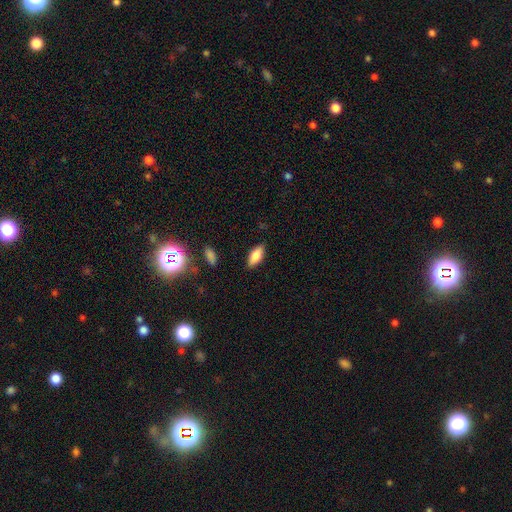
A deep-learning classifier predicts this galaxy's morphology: Smooth or featured? Predicted: smooth (p=0.81). How rounded? Predicted: in between (p=0.82). Merging? Predicted: none (p=0.85).